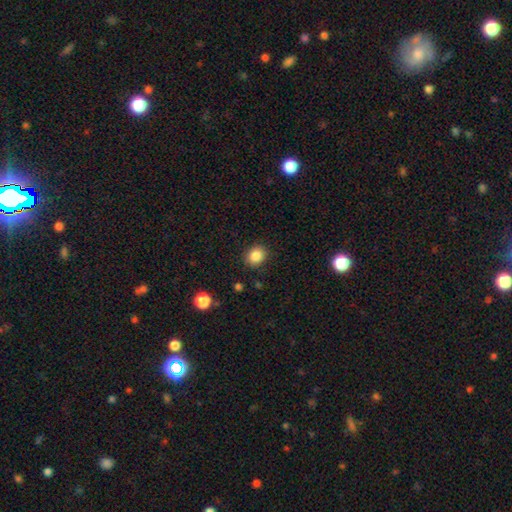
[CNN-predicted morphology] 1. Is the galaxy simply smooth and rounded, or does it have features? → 86% smooth, 10% star or artifact, 4% featured or disk.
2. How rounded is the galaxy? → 57% round, 42% in between, 1% cigar-shaped.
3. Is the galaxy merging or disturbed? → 86% none, 10% minor disturbance, 3% major disturbance, 1% merger.